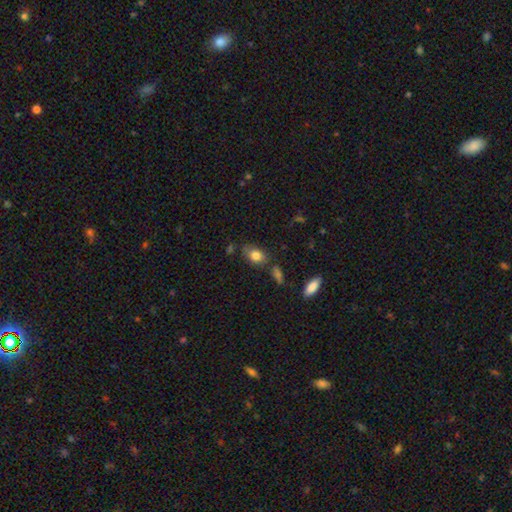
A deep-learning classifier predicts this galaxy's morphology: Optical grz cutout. It shows a smooth galaxy with no disk features (81%) that is in between round and cigar-shaped (84%). Merging: none (71%).